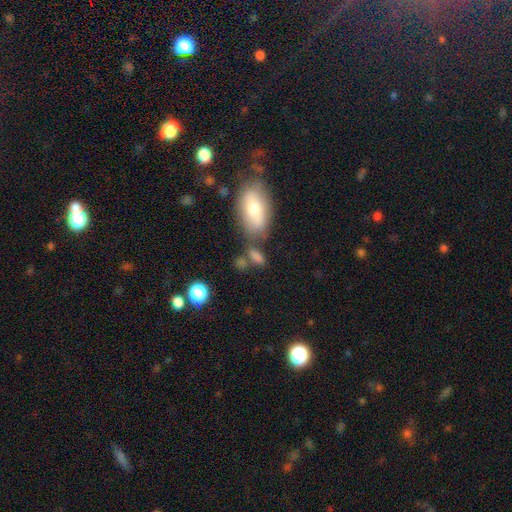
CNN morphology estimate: Smooth or featured? Predicted: smooth (p=0.66). How rounded? Predicted: in between (p=0.67). Merging? Predicted: none (p=0.58).